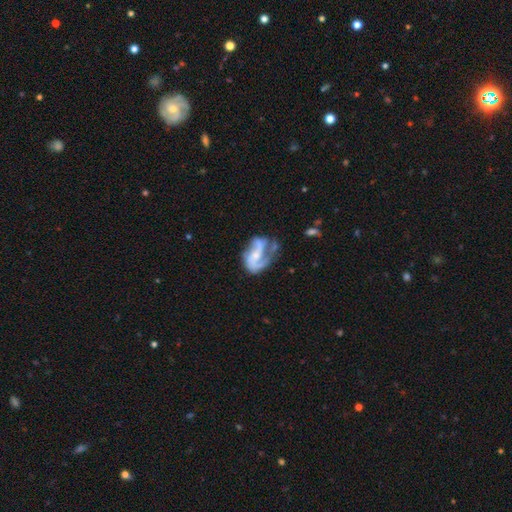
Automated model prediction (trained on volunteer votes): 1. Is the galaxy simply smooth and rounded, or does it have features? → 82% featured or disk, 12% smooth, 6% star or artifact.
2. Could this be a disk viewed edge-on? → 98% no, 2% yes.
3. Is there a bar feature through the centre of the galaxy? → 52% no, 35% weak, 13% strong.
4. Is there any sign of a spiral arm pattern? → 91% yes, 9% no.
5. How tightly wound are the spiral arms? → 44% medium, 40% loose, 17% tight.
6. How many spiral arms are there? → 70% 2, 10% 1, 8% 3, 8% can't tell, 2% 4, 2% more than 4.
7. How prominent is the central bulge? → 55% small, 31% moderate, 10% none, 2% large, 1% dominant.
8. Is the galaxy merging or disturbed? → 37% none, 31% major disturbance, 25% minor disturbance, 7% merger.